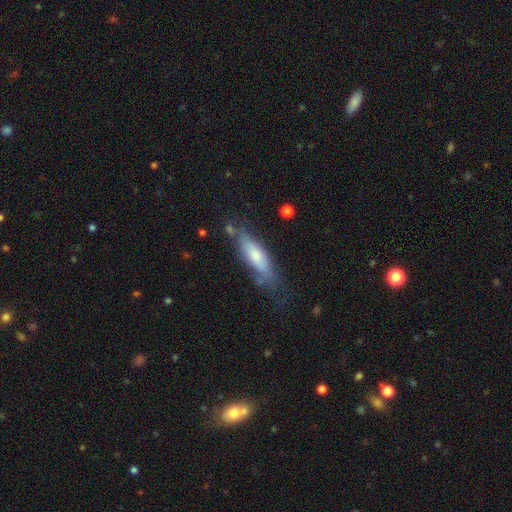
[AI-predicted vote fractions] smooth-or-featured: smooth: 58% | featured or disk: 36% | star or artifact: 7%
  how-rounded: cigar-shaped: 56% | in between: 42% | round: 2%
  merging: none: 63% | minor disturbance: 23% | major disturbance: 8% | merger: 5%